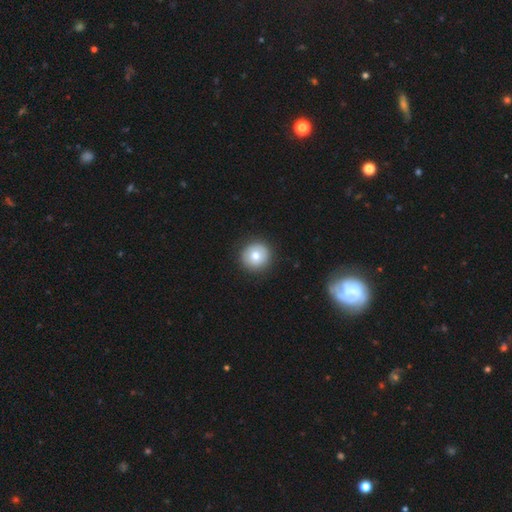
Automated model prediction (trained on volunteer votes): smooth 75%, featured or disk 17%, star or artifact 8%. Down the decision tree: how rounded — round (94%); merging — none (91%).